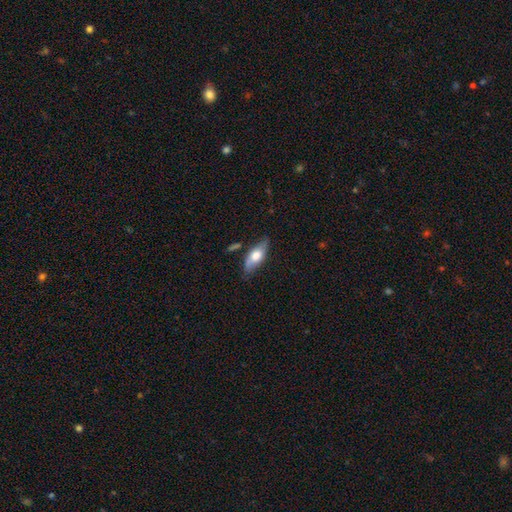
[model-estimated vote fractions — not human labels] Smooth or featured? smooth (58%)
How rounded? in between (75%)
Merging? none (74%)